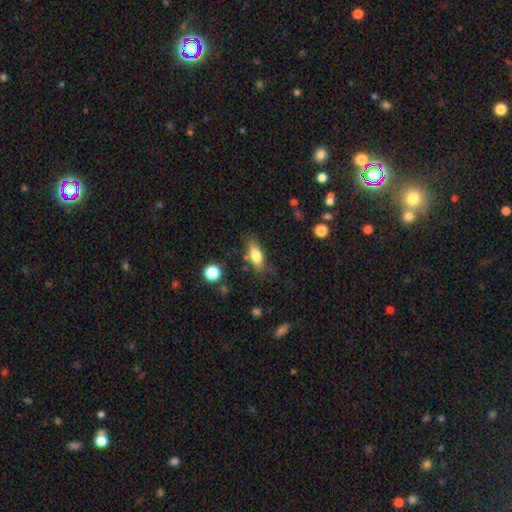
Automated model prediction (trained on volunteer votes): Smooth or featured? Predicted: smooth (p=0.73). How rounded? Predicted: in between (p=0.73). Merging? Predicted: none (p=0.74).